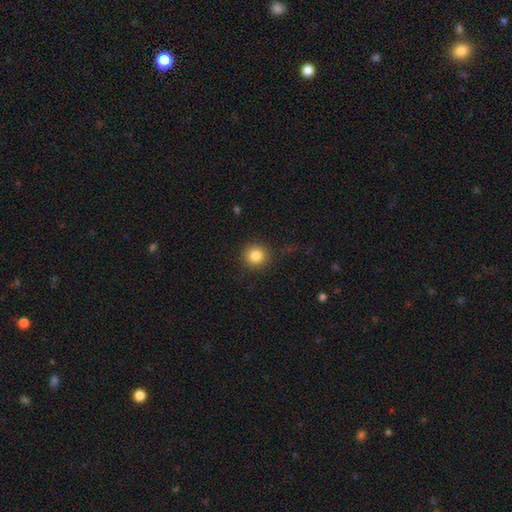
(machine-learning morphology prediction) Smooth or featured: smooth — 84% (star or artifact — 10%)
How rounded: round — 94% (in between — 5%)
Merging: none — 89% (minor disturbance — 7%)